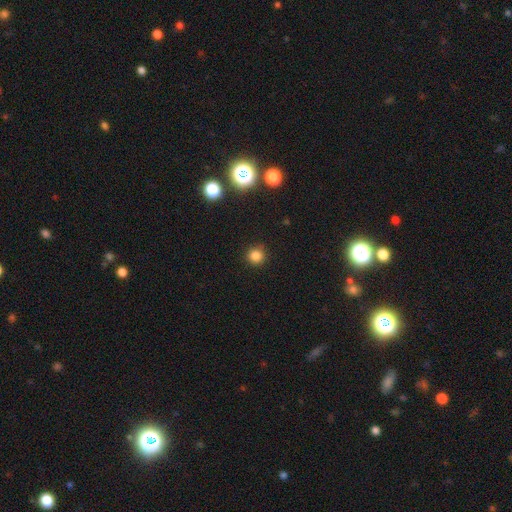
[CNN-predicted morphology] Smooth or featured?
  - smooth: 82% *
  - star or artifact: 14%
  - featured or disk: 4%
How rounded?
  - round: 94% *
  - in between: 5%
  - cigar-shaped: 1%
Merging?
  - none: 90% *
  - minor disturbance: 6%
  - major disturbance: 2%
  - merger: 1%